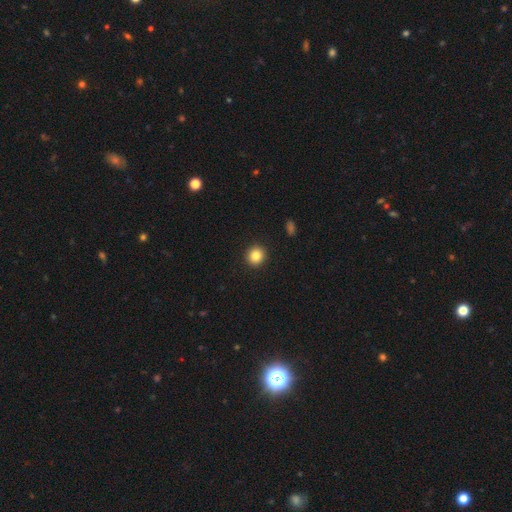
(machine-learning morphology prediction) This is clearly a smooth galaxy (84%). How rounded: clearly round (89%). Merging: clearly none (92%).